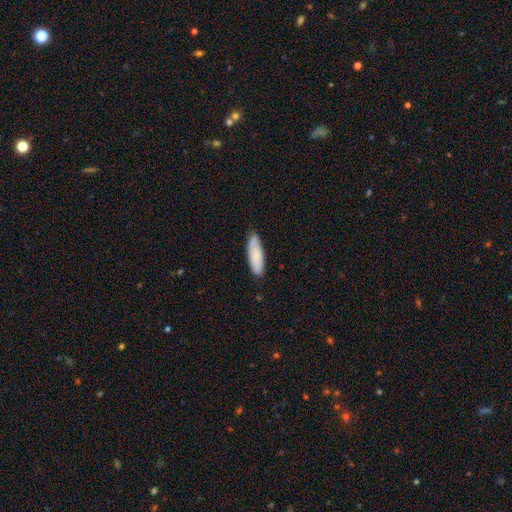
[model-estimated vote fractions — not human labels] smooth-or-featured: smooth: 79% | featured or disk: 15% | star or artifact: 6%
  how-rounded: in between: 52% | cigar-shaped: 47% | round: 2%
  merging: none: 77% | minor disturbance: 18% | major disturbance: 3% | merger: 2%